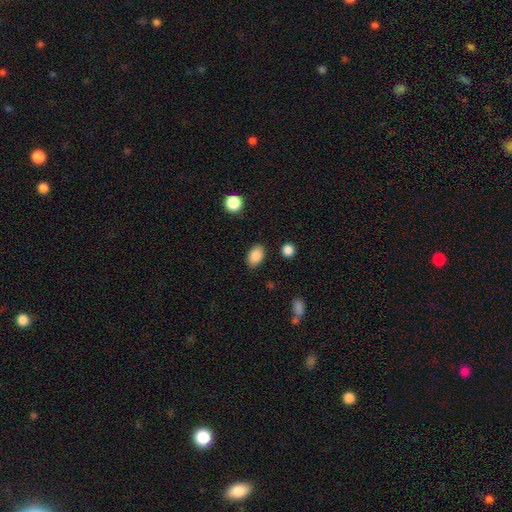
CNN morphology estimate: Smooth or featured: smooth — 88% (star or artifact — 8%)
How rounded: in between — 85% (round — 14%)
Merging: none — 86% (minor disturbance — 10%)